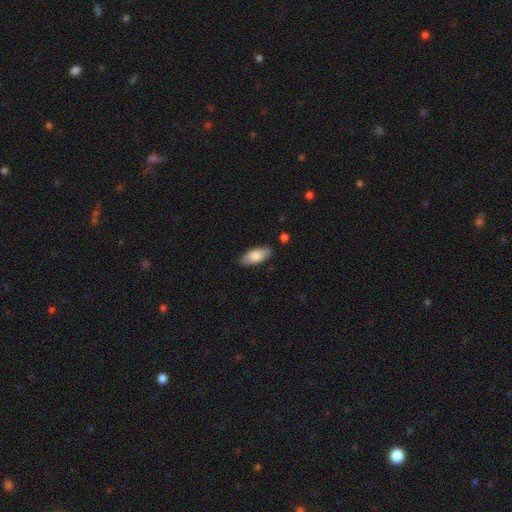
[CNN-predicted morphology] type=smooth (81%); roundness=in between (87%); merging=none (84%).